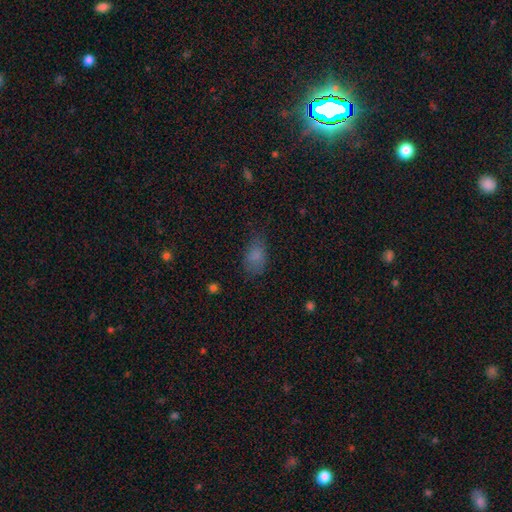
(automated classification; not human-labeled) Q: Smooth or featured?
A: smooth (78%); runner-up: star or artifact (12%)
Q: How rounded?
A: in between (87%); runner-up: round (10%)
Q: Merging?
A: none (58%); runner-up: minor disturbance (28%)